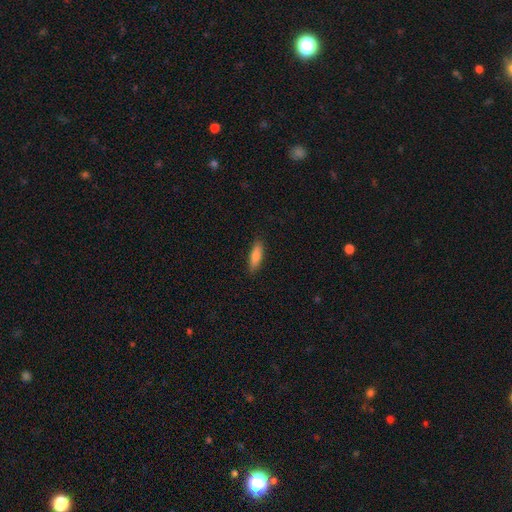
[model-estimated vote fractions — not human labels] Smooth or featured? smooth (82%)
How rounded? cigar-shaped (55%)
Merging? none (87%)